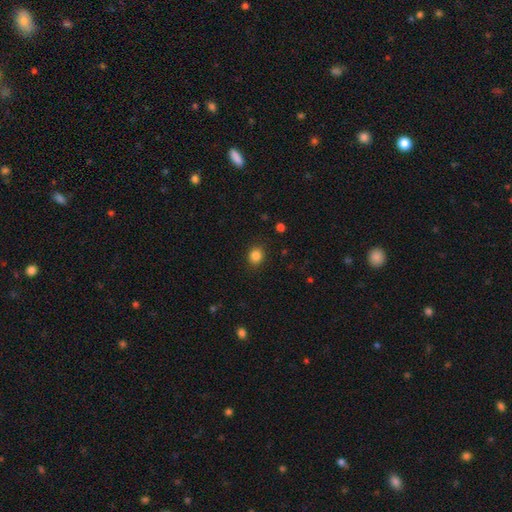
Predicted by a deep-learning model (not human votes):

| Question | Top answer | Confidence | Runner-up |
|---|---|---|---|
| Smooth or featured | smooth | 85% | star or artifact (11%) |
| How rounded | round | 71% | in between (28%) |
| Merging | none | 89% | minor disturbance (8%) |